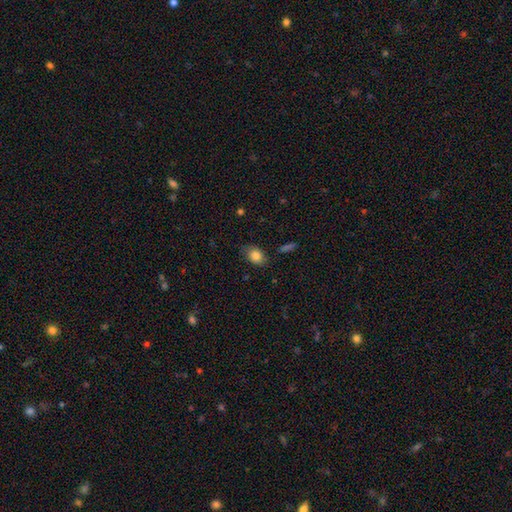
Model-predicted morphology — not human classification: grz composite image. It shows a smooth galaxy with no disk features (84%) that is in between round and cigar-shaped (70%). Merging: none (79%).